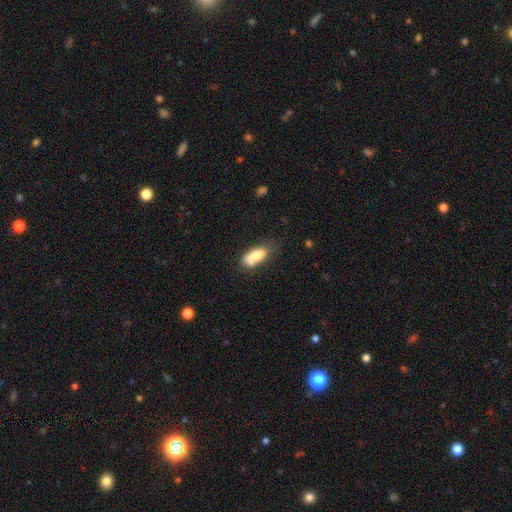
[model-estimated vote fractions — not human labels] Smooth or featured? Predicted: smooth (p=0.73). How rounded? Predicted: in between (p=0.79). Merging? Predicted: none (p=0.42).